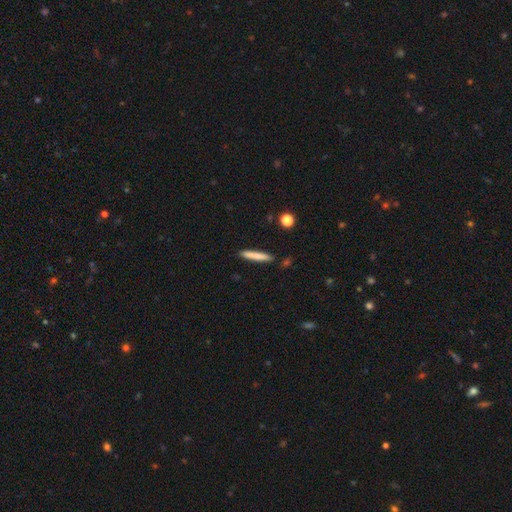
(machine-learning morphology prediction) A smooth galaxy with no disk features (77%) that is cigar-shaped (94%).

Vote fractions:
- Smooth or featured? smooth: 77% / featured or disk: 17% / star or artifact: 6%
- How rounded? cigar-shaped: 94% / in between: 5% / round: 1%
- Merging? none: 88% / minor disturbance: 8% / merger: 2% / major disturbance: 2%